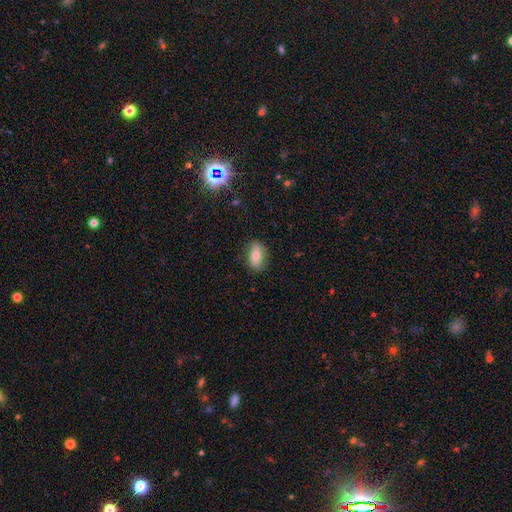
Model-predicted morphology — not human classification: This appears to be a smooth galaxy with no disk features (71%) that is in between round and cigar-shaped (86%). Merging: none (82%).